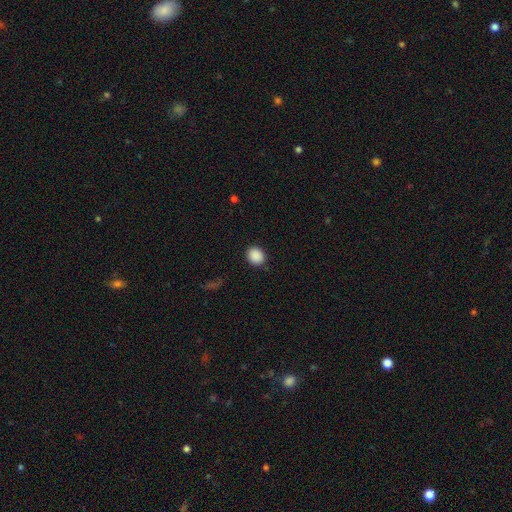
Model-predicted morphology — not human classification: smooth-or-featured: smooth: 89% | star or artifact: 8% | featured or disk: 2%
  how-rounded: round: 75% | in between: 24% | cigar-shaped: 1%
  merging: none: 89% | minor disturbance: 7% | major disturbance: 3% | merger: 1%